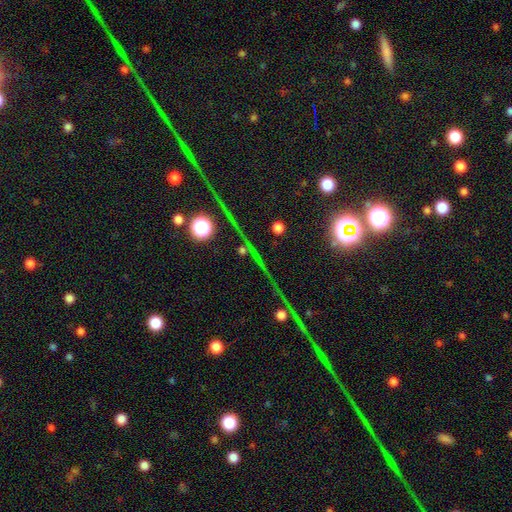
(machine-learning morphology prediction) Smooth or featured? star or artifact (71%)